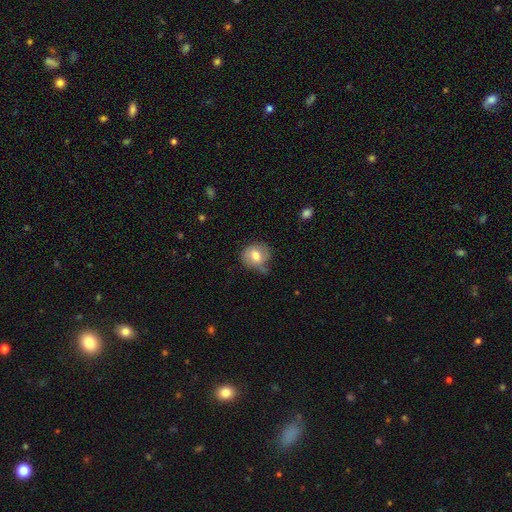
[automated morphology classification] smooth-or-featured: smooth: 68% | featured or disk: 24% | star or artifact: 8%
  how-rounded: round: 78% | in between: 21% | cigar-shaped: 1%
  merging: none: 56% | minor disturbance: 30% | major disturbance: 9% | merger: 5%